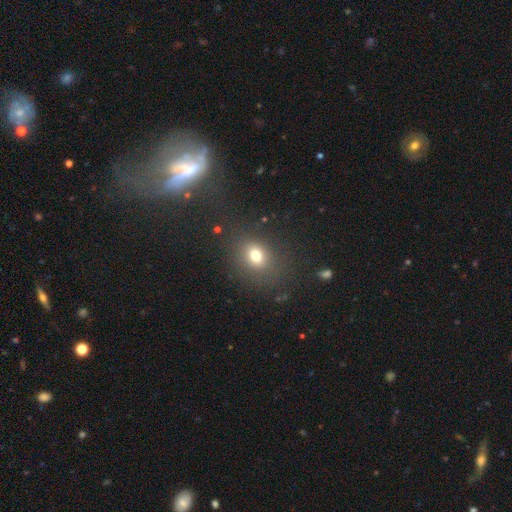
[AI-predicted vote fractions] A smooth galaxy with no disk features (75%) that is round (52%).

Vote fractions:
- Smooth or featured? smooth: 75% / star or artifact: 16% / featured or disk: 9%
- How rounded? round: 52% / in between: 47% / cigar-shaped: 1%
- Merging? none: 80% / minor disturbance: 11% / major disturbance: 6% / merger: 2%